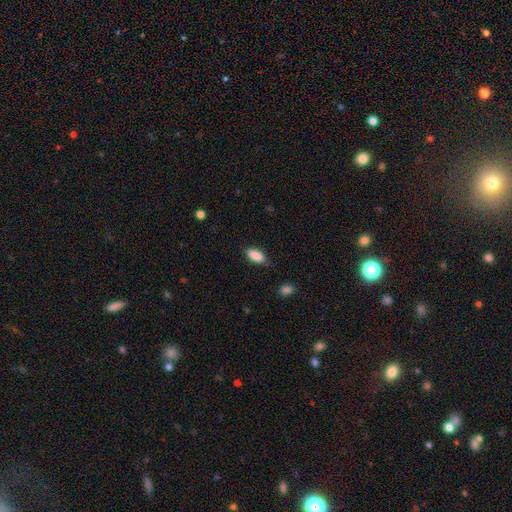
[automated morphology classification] type=smooth (88%); roundness=in between (85%); merging=none (78%).